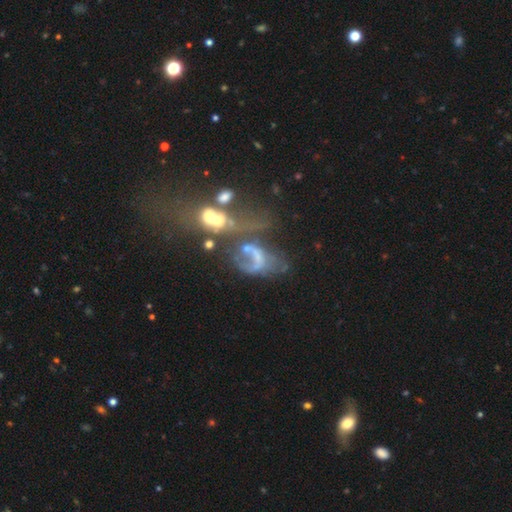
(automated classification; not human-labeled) smooth_or_featured: featured or disk (p=0.60) [alt: smooth p=0.22]
disk_edge_on: no (p=0.96) [alt: yes p=0.04]
bar: no (p=0.66) [alt: weak p=0.22]
has_spiral_arms: no (p=0.61) [alt: yes p=0.39]
bulge_size: none (p=0.54) [alt: small p=0.22]
merging: merger (p=0.44) [alt: major disturbance p=0.34]